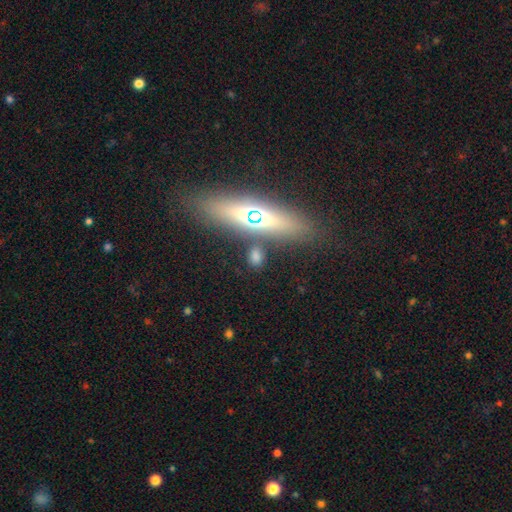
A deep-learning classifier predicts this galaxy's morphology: Smooth or featured? Predicted: smooth (p=0.64). How rounded? Predicted: in between (p=0.60). Merging? Predicted: none (p=0.80).